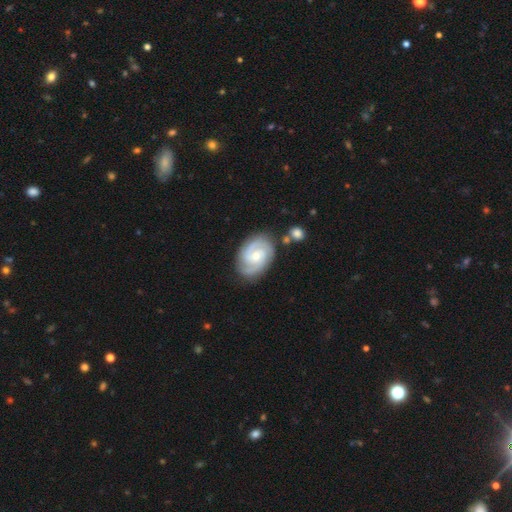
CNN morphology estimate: Overall: featured or disk (86%). Edge-on disk: no (97%). Bar: no (55%; weak 39%). Spiral arms: yes (97%). Spiral arm count: 2 (67%). Spiral winding: tight (56%; medium 37%). Bulge size: moderate (50%; small 44%). Merging: none (78%).